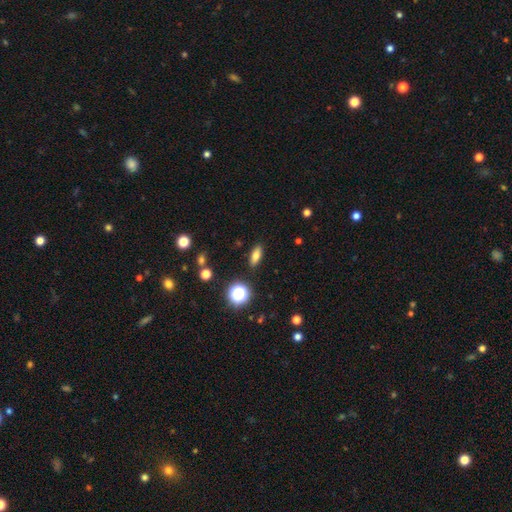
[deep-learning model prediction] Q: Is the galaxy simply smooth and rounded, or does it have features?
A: smooth — 74%.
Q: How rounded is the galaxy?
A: in between — 72%.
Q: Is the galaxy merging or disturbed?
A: none — 89%.